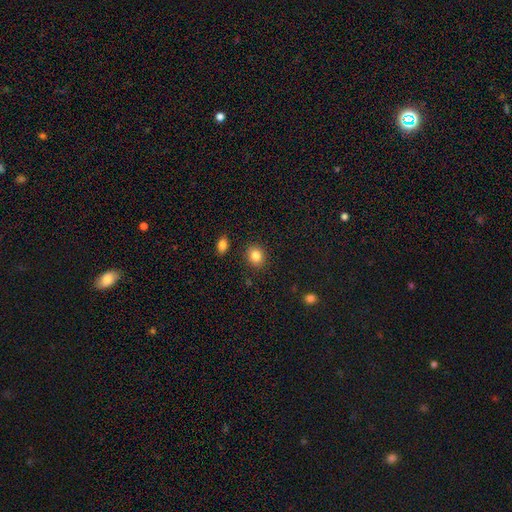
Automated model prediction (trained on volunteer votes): Smooth or featured? smooth (84%)
How rounded? round (70%)
Merging? none (88%)